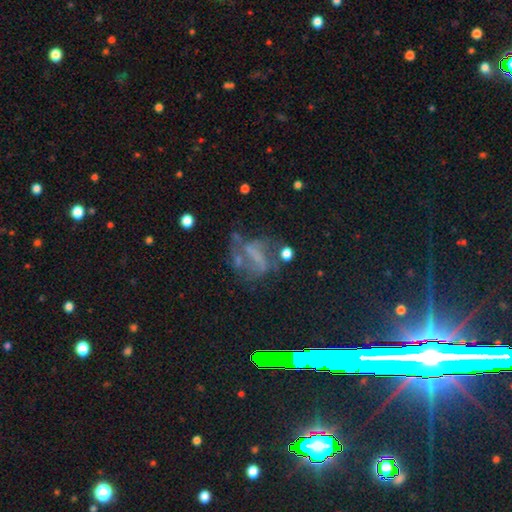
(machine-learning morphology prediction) A featured or disk galaxy (54%).

Vote fractions:
- Smooth or featured? featured or disk: 54% / star or artifact: 23% / smooth: 23%
- Edge-on disk? no: 92% / yes: 8%
- Merging? none: 42% / major disturbance: 29% / minor disturbance: 21% / merger: 8%